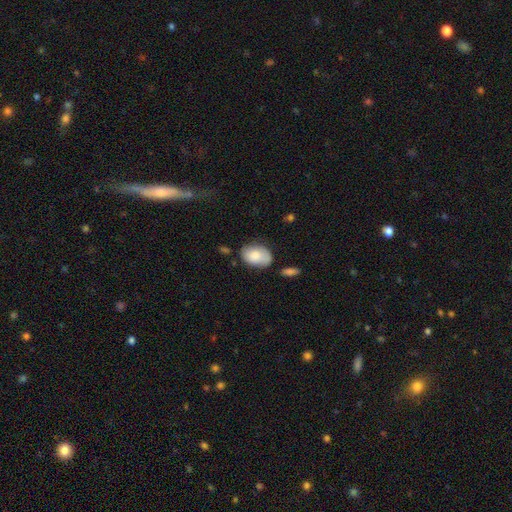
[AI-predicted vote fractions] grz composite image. It shows a smooth galaxy with no disk features (79%) that is in between round and cigar-shaped (85%). Merging: none (61%).